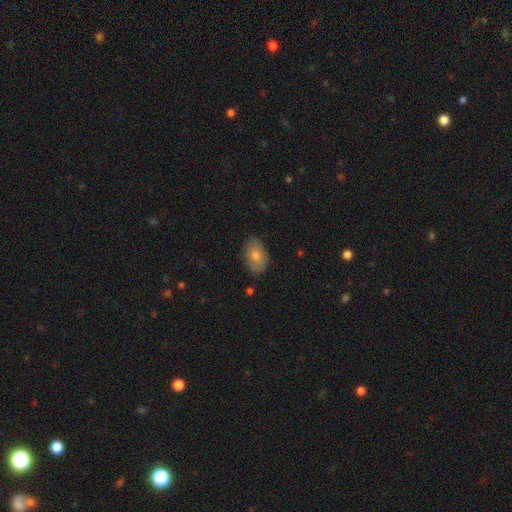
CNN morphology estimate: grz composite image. It shows a smooth galaxy with no disk features (70%) that is in between round and cigar-shaped (87%). Merging: none (80%).